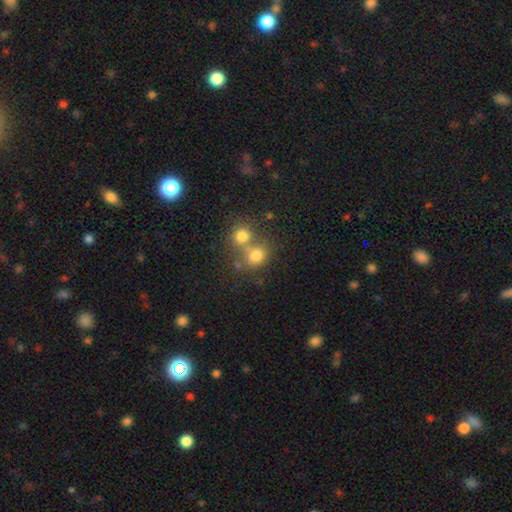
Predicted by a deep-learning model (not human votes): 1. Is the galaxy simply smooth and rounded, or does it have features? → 74% smooth, 14% star or artifact, 12% featured or disk.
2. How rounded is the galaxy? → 73% round, 26% in between, 1% cigar-shaped.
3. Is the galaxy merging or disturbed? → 45% merger, 41% none, 8% minor disturbance, 5% major disturbance.